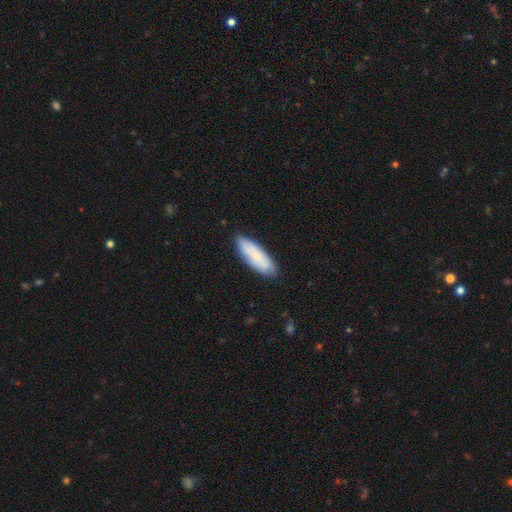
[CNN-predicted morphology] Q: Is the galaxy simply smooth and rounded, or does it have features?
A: smooth — 72%.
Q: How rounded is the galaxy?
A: in between — 60%.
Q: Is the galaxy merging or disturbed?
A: none — 80%.